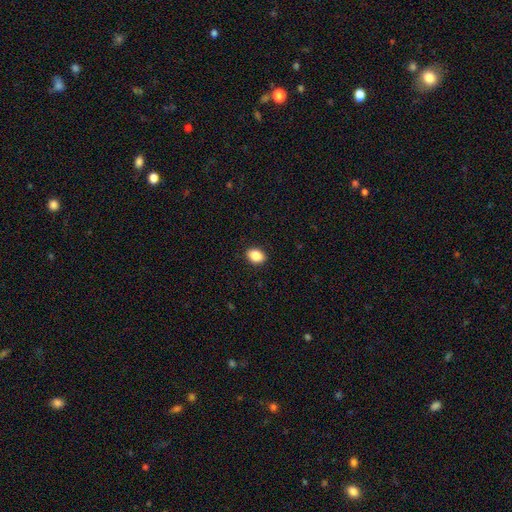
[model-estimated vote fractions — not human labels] Smooth or featured?
  - smooth: 88% *
  - star or artifact: 8%
  - featured or disk: 4%
How rounded?
  - in between: 72% *
  - round: 27%
  - cigar-shaped: 1%
Merging?
  - none: 90% *
  - minor disturbance: 7%
  - major disturbance: 2%
  - merger: 1%